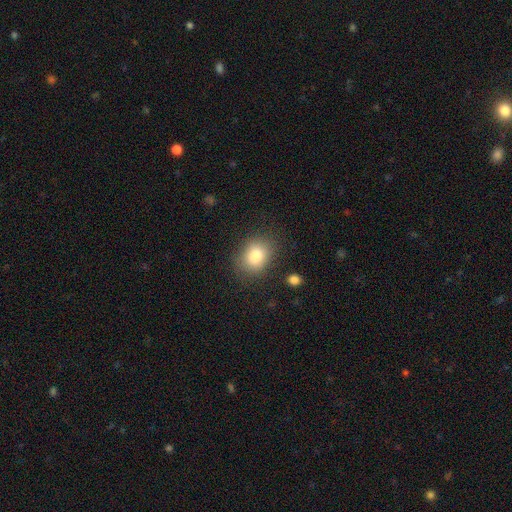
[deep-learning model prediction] This appears to be a smooth galaxy with no disk features (83%) that is in between round and cigar-shaped (57%). Merging: none (80%).